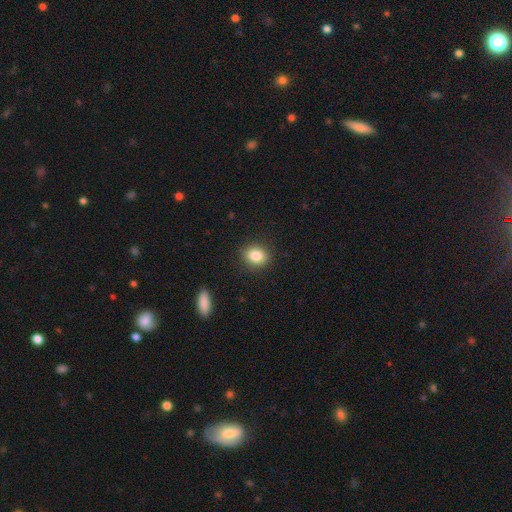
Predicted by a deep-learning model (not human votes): Smooth or featured: smooth — 85% (star or artifact — 9%)
How rounded: round — 55% (in between — 44%)
Merging: none — 88% (minor disturbance — 8%)